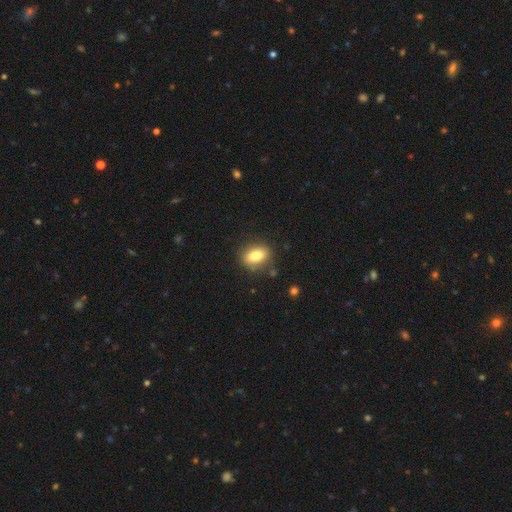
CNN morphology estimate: Overall: smooth (82%). How rounded: in between (80%). Merging: none (82%).